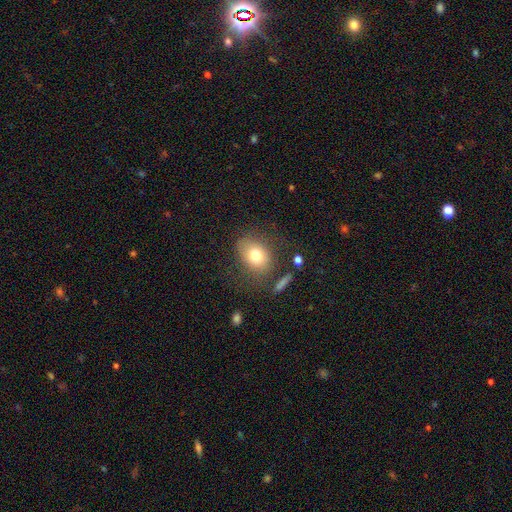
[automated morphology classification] type=smooth (75%); roundness=in between (59%); merging=none (69%).